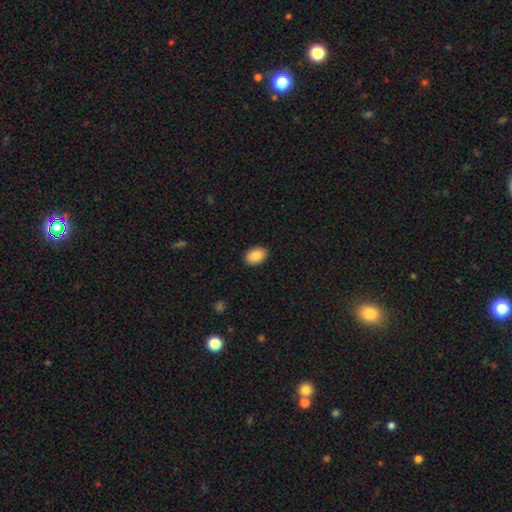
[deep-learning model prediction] Smooth or featured? smooth (89%)
How rounded? in between (87%)
Merging? none (89%)